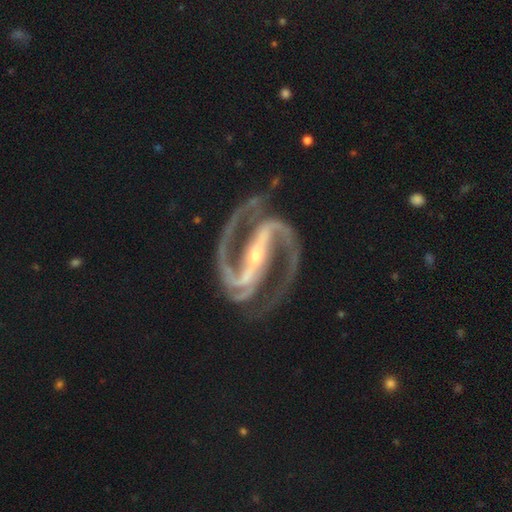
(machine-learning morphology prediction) This appears to be a featured or disk galaxy (95%) with a strong bar (84%), 2 (84%) medium (62%) spiral arms (99%) and a small central bulge (79%). Merging: none (74%).